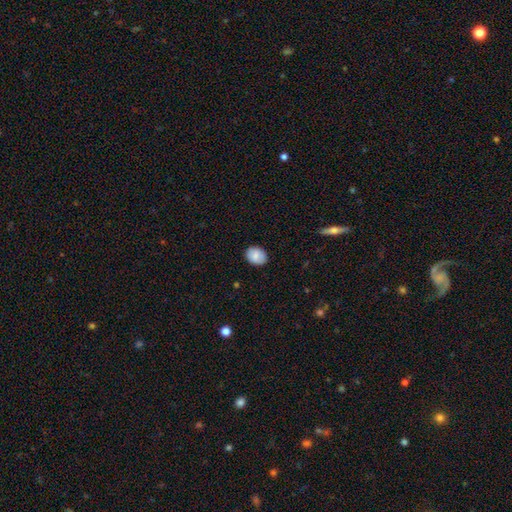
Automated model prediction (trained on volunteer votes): Smooth or featured? smooth (83%)
How rounded? in between (59%)
Merging? none (87%)